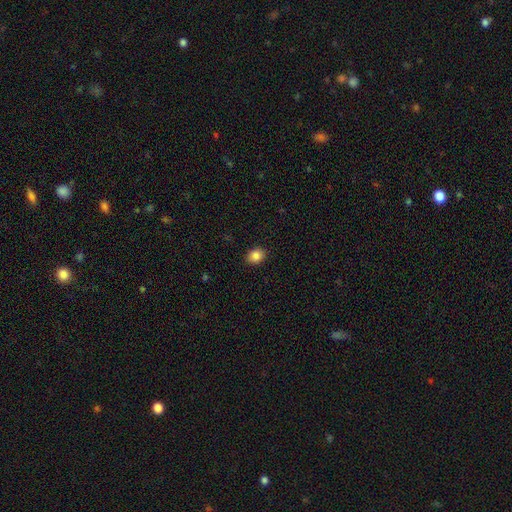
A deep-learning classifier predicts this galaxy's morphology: A smooth galaxy with no disk features (86%) that is in between round and cigar-shaped (54%). Merging: none (89%).